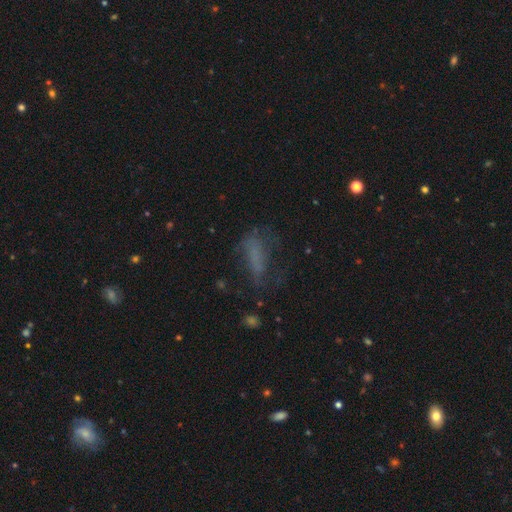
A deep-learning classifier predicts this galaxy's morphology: Smooth or featured?
  - smooth: 54% *
  - featured or disk: 25%
  - star or artifact: 21%
How rounded?
  - in between: 52% *
  - cigar-shaped: 44%
  - round: 4%
Merging?
  - none: 46% *
  - major disturbance: 27%
  - minor disturbance: 24%
  - merger: 3%